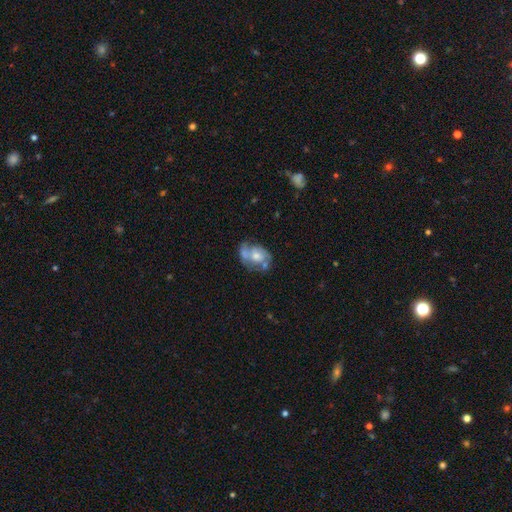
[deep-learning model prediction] Smooth or featured?
  - featured or disk: 58% *
  - smooth: 35%
  - star or artifact: 7%
Edge-on disk?
  - no: 97% *
  - yes: 3%
Bar?
  - no: 79% *
  - weak: 17%
  - strong: 4%
Spiral arms?
  - yes: 50% * (tied)
  - no: 50% * (tied)
Bulge size?
  - moderate: 56% *
  - small: 30%
  - large: 8%
  - none: 5%
  - dominant: 1%
Merging?
  - none: 38% *
  - minor disturbance: 24%
  - merger: 23%
  - major disturbance: 15%